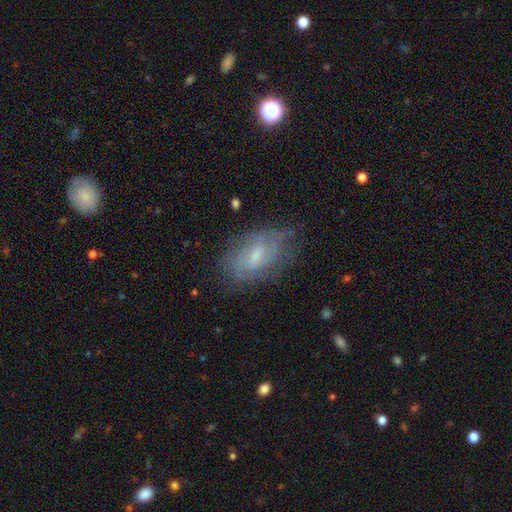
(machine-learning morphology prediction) smooth-or-featured: featured or disk: 66% | smooth: 26% | star or artifact: 8%
  disk-edge-on: no: 94% | yes: 6%
    bar: weak: 57% | no: 32% | strong: 11%
    has-spiral-arms: yes: 83% | no: 17%
      spiral-winding: tight: 49% | medium: 37% | loose: 14%
      spiral-arm-count: can't tell: 46% | 2: 34% | 3: 10% | 1: 4% | 4: 4% | more than 4: 3%
    bulge-size: small: 50% | moderate: 38% | none: 8% | large: 2% | dominant: 1%
  merging: none: 68% | minor disturbance: 22% | major disturbance: 8% | merger: 1%